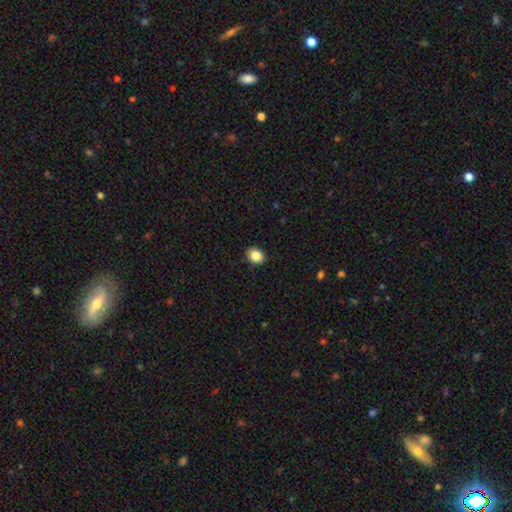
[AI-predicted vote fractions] Smooth or featured? Predicted: smooth (p=0.86). How rounded? Predicted: in between (p=0.55). Merging? Predicted: none (p=0.91).